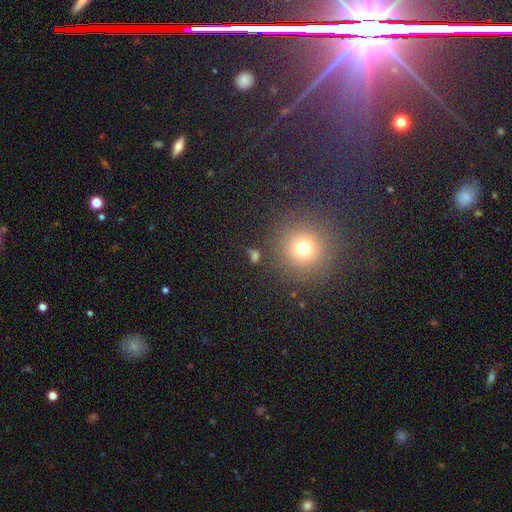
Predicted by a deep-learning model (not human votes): smooth-or-featured: smooth: 57% | star or artifact: 35% | featured or disk: 8%
  how-rounded: round: 92% | in between: 7% | cigar-shaped: 2%
  merging: none: 86% | minor disturbance: 6% | merger: 5% | major disturbance: 3%